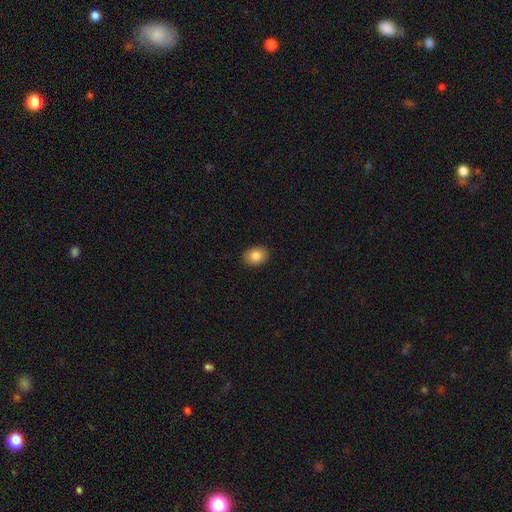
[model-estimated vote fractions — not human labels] Q: Smooth or featured?
A: smooth (85%); runner-up: star or artifact (8%)
Q: How rounded?
A: in between (67%); runner-up: round (32%)
Q: Merging?
A: none (90%); runner-up: minor disturbance (7%)